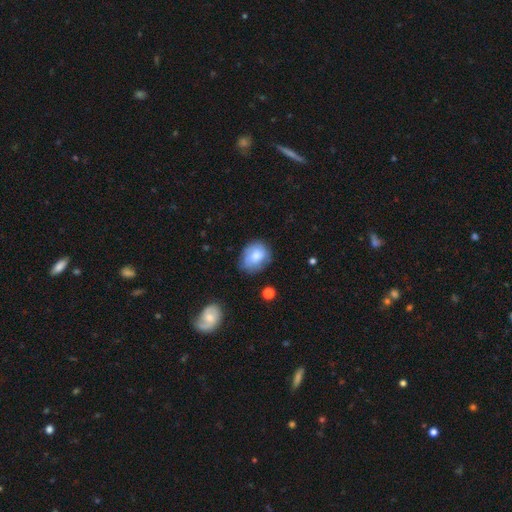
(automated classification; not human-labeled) This is likely a smooth galaxy (68%). How rounded: possibly round (53%). Merging: likely none (65%).